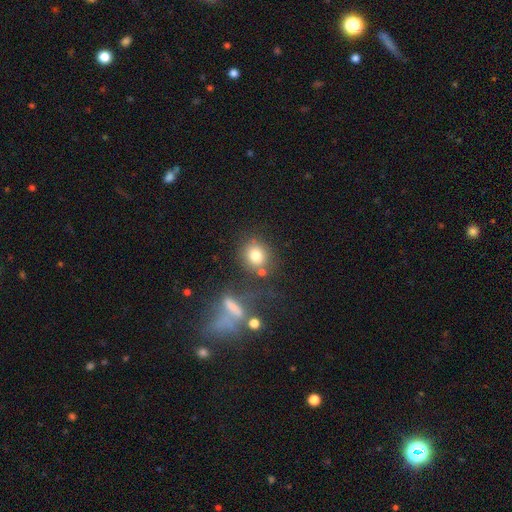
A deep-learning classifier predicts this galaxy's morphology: Smooth or featured?
  - smooth: 79% *
  - star or artifact: 11%
  - featured or disk: 10%
How rounded?
  - round: 79% *
  - in between: 20%
  - cigar-shaped: 2%
Merging?
  - none: 67% *
  - merger: 16%
  - minor disturbance: 12%
  - major disturbance: 6%